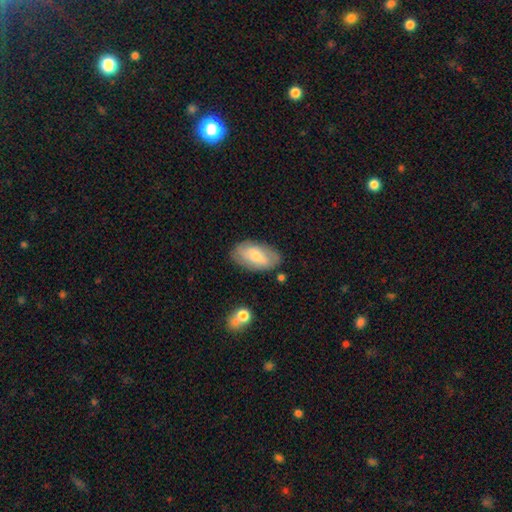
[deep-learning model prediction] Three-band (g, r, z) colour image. It shows a smooth galaxy with no disk features (65%) that is in between round and cigar-shaped (94%). Merging: none (76%).